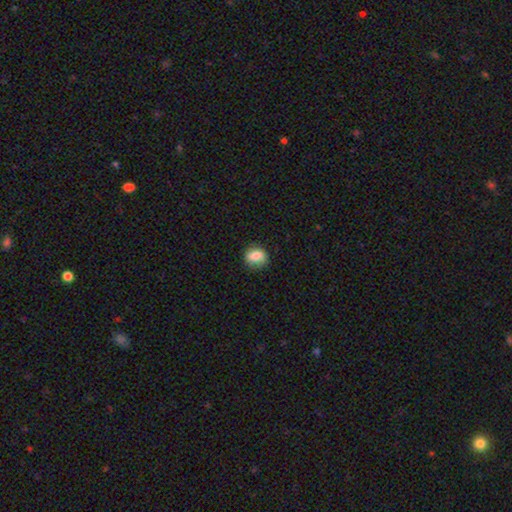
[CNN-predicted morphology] Smooth or featured?
  - smooth: 81% *
  - featured or disk: 11%
  - star or artifact: 9%
How rounded?
  - round: 58% *
  - in between: 41%
  - cigar-shaped: 1%
Merging?
  - none: 79% *
  - minor disturbance: 16%
  - major disturbance: 4%
  - merger: 1%